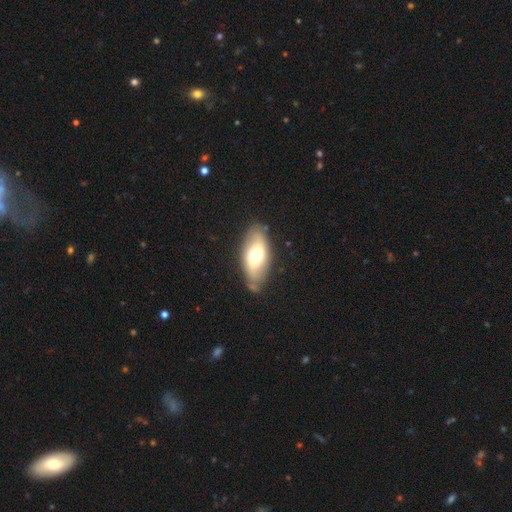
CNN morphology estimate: smooth-or-featured: smooth: 55% | featured or disk: 38% | star or artifact: 6%
  how-rounded: in between: 88% | cigar-shaped: 8% | round: 4%
  merging: none: 74% | minor disturbance: 18% | major disturbance: 5% | merger: 3%